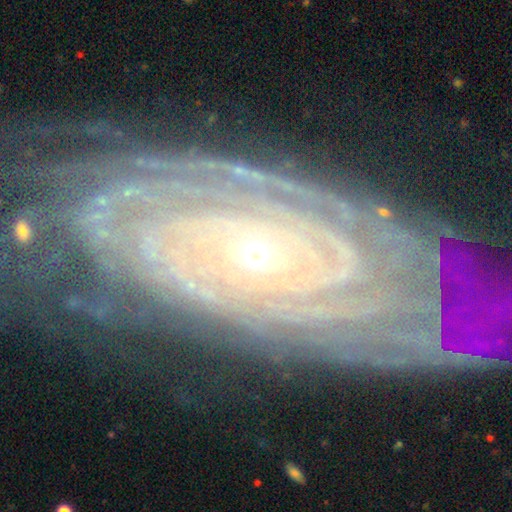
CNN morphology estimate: Q: Smooth or featured?
A: featured or disk (89%); runner-up: star or artifact (6%)
Q: Edge-on disk?
A: no (93%); runner-up: yes (7%)
Q: Bar?
A: no (73%); runner-up: weak (17%)
Q: Spiral arms?
A: yes (97%); runner-up: no (3%)
Q: Spiral winding?
A: tight (84%); runner-up: medium (13%)
Q: Spiral arm count?
A: can't tell (31%); runner-up: 2 (19%)
Q: Bulge size?
A: small (79%); runner-up: moderate (18%)
Q: Merging?
A: none (71%); runner-up: minor disturbance (18%)